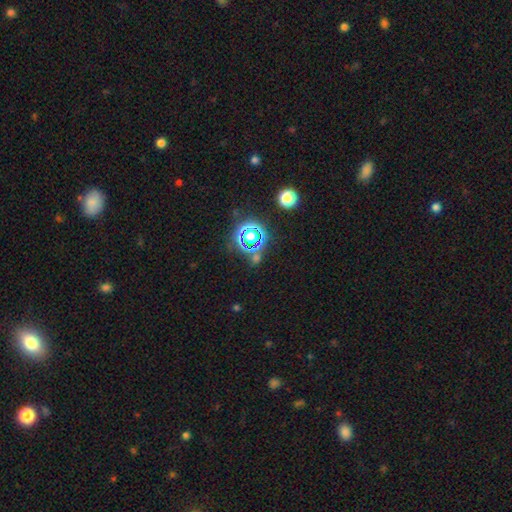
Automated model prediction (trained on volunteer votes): Q: Smooth or featured?
A: star or artifact (70%); runner-up: smooth (20%)